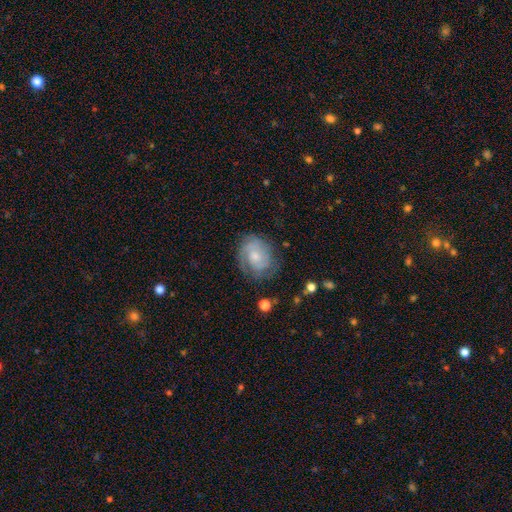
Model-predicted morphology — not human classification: Smooth or featured? Predicted: featured or disk (p=0.65). Edge-on disk? Predicted: no (p=0.97). Bar? Predicted: no (p=0.71). Spiral arms? Predicted: yes (p=0.88). Spiral winding? Predicted: tight (p=0.56). Spiral arm count? Predicted: 2 (p=0.38). Bulge size? Predicted: small (p=0.49). Merging? Predicted: none (p=0.68).